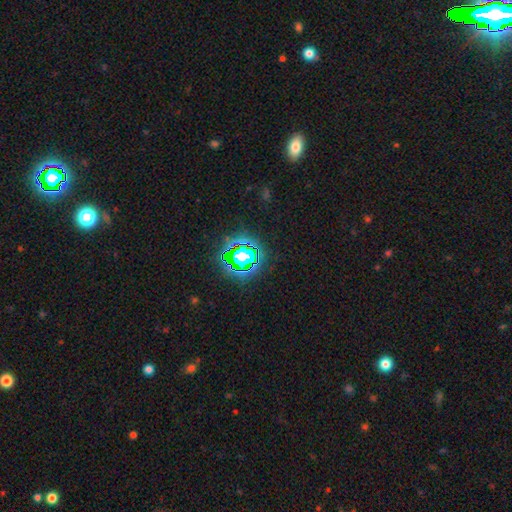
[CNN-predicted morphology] Smooth or featured? Predicted: star or artifact (p=0.78).